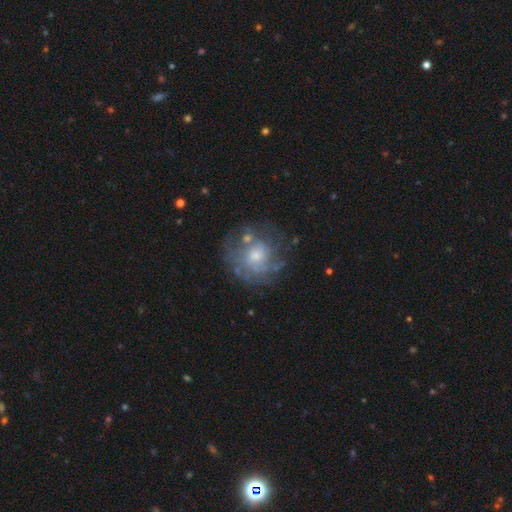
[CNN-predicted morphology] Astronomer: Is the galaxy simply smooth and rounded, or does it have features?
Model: featured or disk — 61%.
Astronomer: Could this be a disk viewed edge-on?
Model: no — 97%.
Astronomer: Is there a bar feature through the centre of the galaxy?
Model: no — 82%.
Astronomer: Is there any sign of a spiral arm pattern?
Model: yes — 52% (runner-up: no, 48%).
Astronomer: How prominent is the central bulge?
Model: small — 50% (runner-up: moderate, 42%).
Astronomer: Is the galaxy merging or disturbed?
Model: none — 64%.